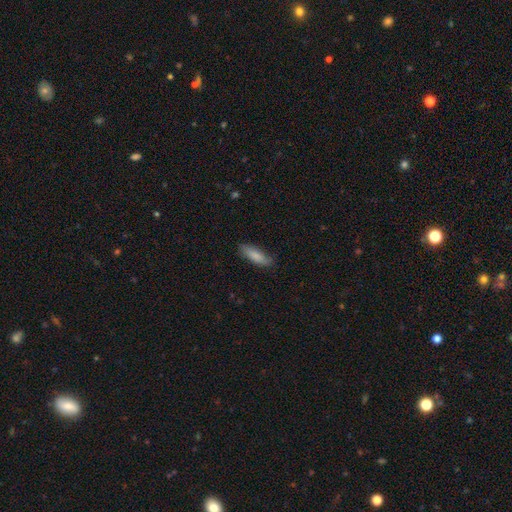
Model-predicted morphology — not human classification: This is clearly a smooth galaxy (82%). How rounded: possibly cigar-shaped (50%). Merging: likely none (78%).